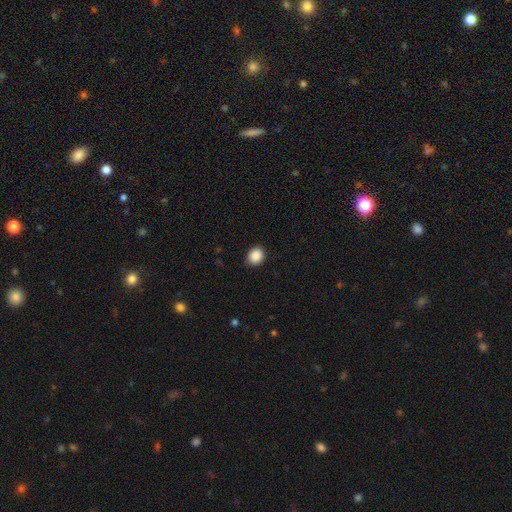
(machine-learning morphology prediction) This is clearly a smooth galaxy (89%). How rounded: likely round (71%). Merging: clearly none (91%).